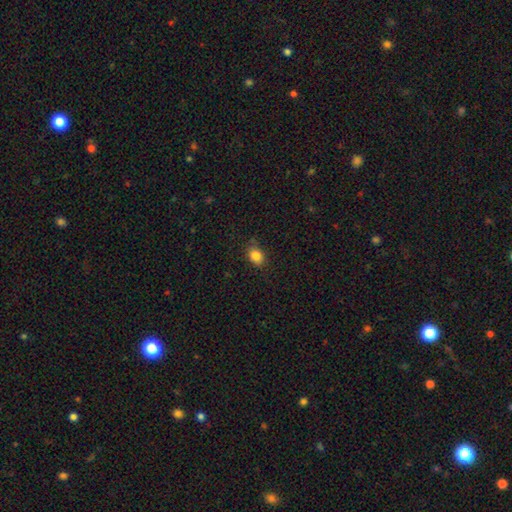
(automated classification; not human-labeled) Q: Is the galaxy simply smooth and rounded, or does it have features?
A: smooth — 85%.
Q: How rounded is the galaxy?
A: in between — 69%.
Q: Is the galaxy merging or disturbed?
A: none — 82%.